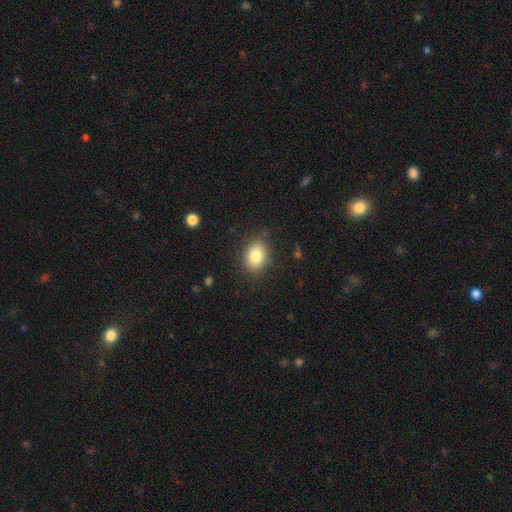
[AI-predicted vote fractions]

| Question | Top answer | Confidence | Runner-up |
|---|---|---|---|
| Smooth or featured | smooth | 84% | star or artifact (8%) |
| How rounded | in between | 76% | round (23%) |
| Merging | none | 84% | minor disturbance (11%) |